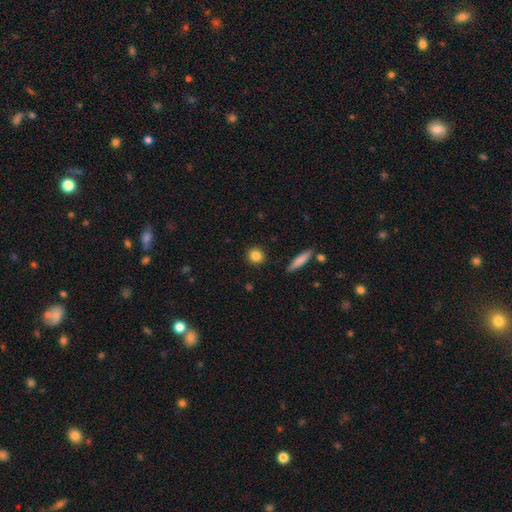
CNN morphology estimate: A smooth galaxy with no disk features (84%) that is round (81%).

Vote fractions:
- Smooth or featured? smooth: 84% / star or artifact: 9% / featured or disk: 7%
- How rounded? round: 81% / in between: 17% / cigar-shaped: 3%
- Merging? none: 90% / minor disturbance: 6% / major disturbance: 2% / merger: 2%